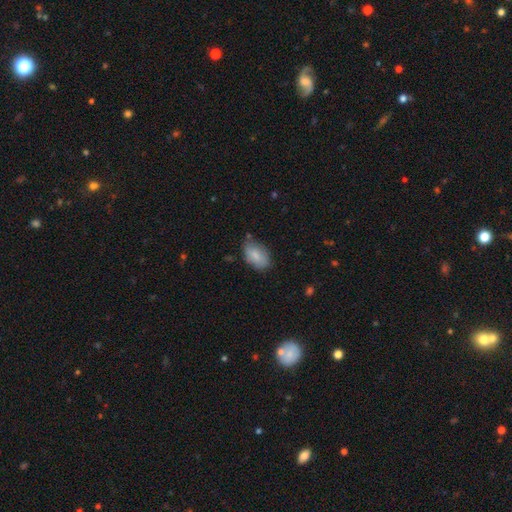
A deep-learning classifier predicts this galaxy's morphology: The model was most divided on "merging": none: 67%, minor disturbance: 25%, major disturbance: 5%, merger: 3%. More confident: how rounded — in between (92%); smooth or featured — smooth (80%).